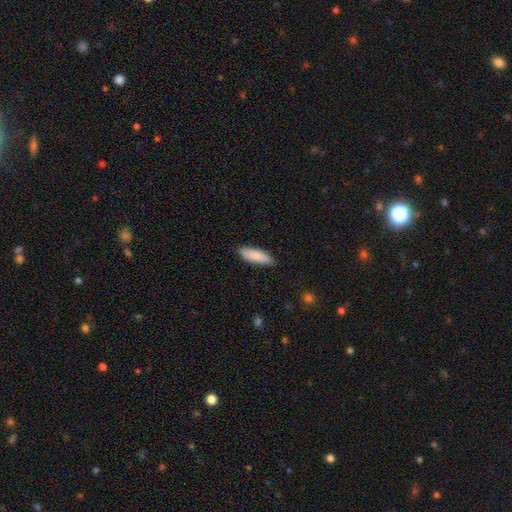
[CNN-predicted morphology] A smooth galaxy with no disk features (88%) that is in between round and cigar-shaped (56%). Merging: none (85%).